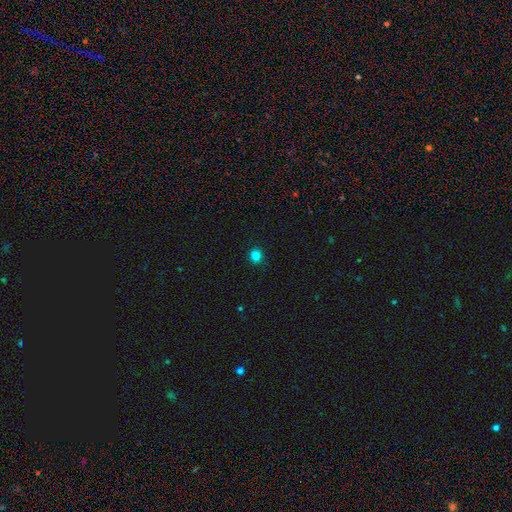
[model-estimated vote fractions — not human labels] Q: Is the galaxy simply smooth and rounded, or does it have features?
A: smooth — 84%.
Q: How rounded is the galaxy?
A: round — 89%.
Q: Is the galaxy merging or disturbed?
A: none — 91%.